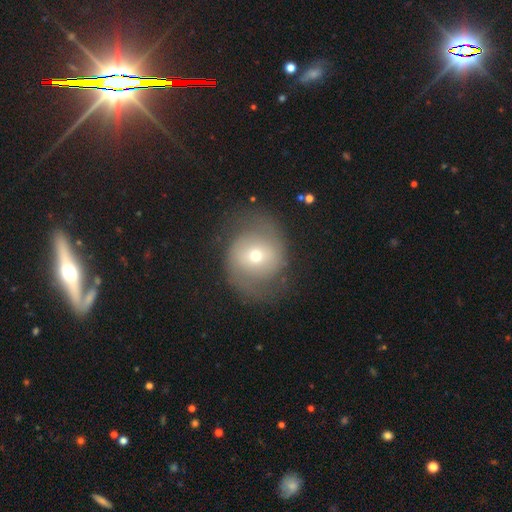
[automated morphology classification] Smooth or featured? featured or disk (57%)
Edge-on disk? no (96%)
Bar? no (65%)
Spiral arms? yes (73%)
Bulge size? small (54%)
Merging? none (70%)